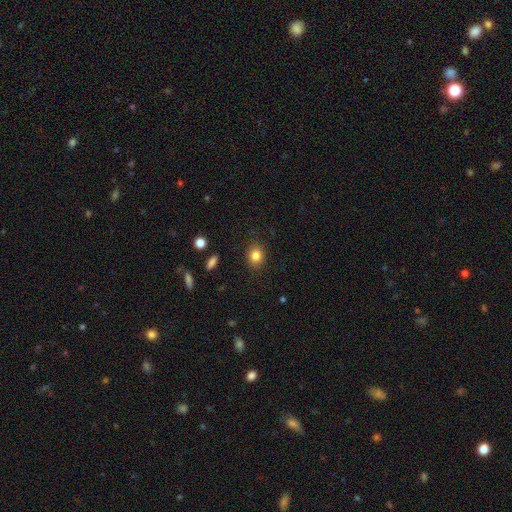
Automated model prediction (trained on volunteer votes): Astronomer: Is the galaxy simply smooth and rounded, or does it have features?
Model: smooth — 83%.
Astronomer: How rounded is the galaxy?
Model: round — 55% (runner-up: in between, 44%).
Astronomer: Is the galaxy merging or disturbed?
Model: none — 87%.